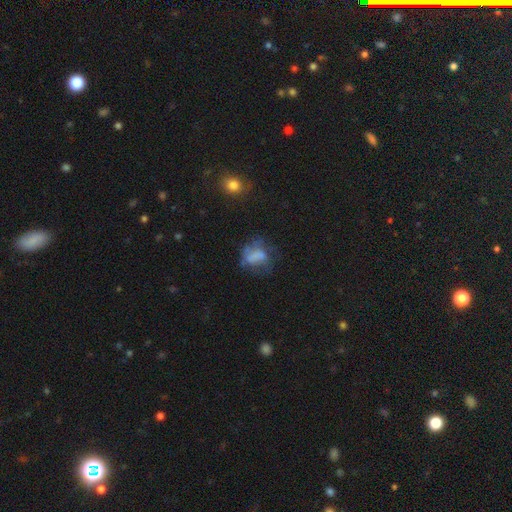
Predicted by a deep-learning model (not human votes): Overall: smooth (52%; featured or disk 34%). How rounded: in between (63%; round 34%). Merging: none (36%; major disturbance 33%).